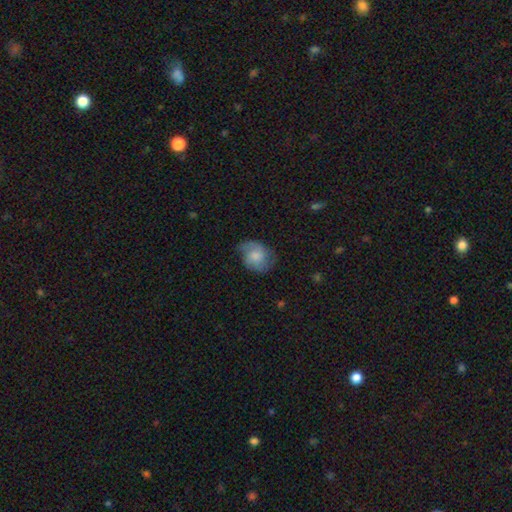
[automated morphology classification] Smooth or featured: smooth — 50% (featured or disk — 43%)
How rounded: in between — 51% (round — 48%)
Merging: none — 59% (minor disturbance — 28%)